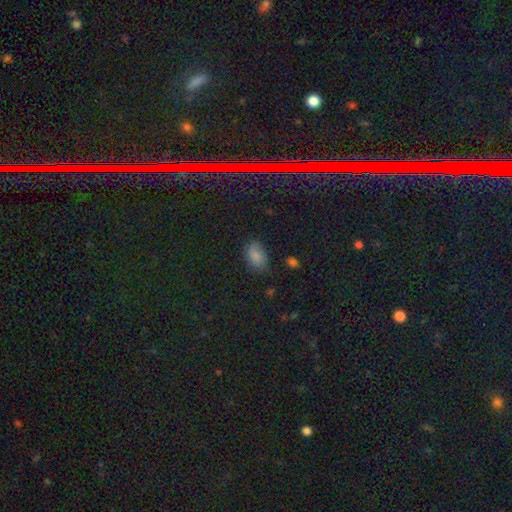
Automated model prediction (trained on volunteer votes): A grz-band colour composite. It shows a smooth galaxy with no disk features (81%) that is in between round and cigar-shaped (87%). Merging: none (72%).